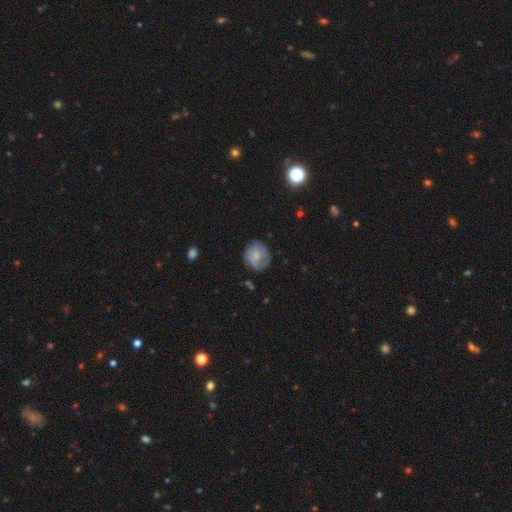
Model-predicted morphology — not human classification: Q: Smooth or featured?
A: smooth (58%); runner-up: featured or disk (34%)
Q: How rounded?
A: round (78%); runner-up: in between (21%)
Q: Merging?
A: none (66%); runner-up: minor disturbance (23%)